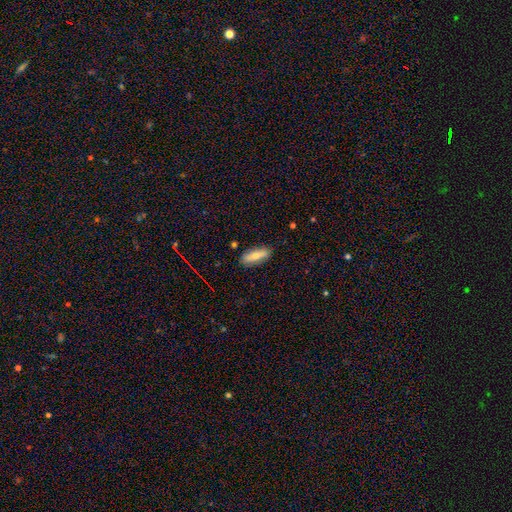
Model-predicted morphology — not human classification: smooth-or-featured: smooth: 67% | featured or disk: 26% | star or artifact: 7%
  how-rounded: in between: 54% | cigar-shaped: 44% | round: 3%
  merging: none: 86% | minor disturbance: 10% | major disturbance: 2% | merger: 2%